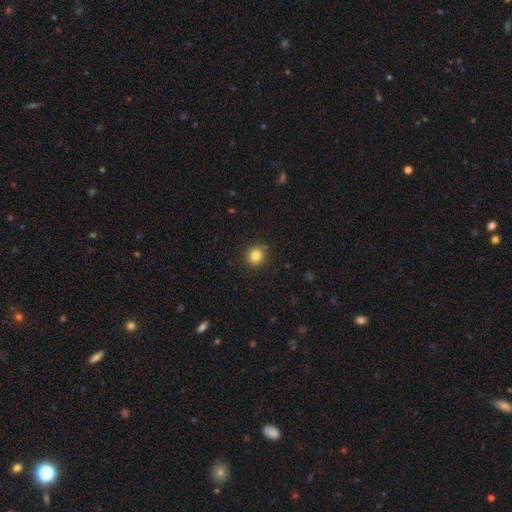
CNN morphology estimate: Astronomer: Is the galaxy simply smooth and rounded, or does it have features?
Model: smooth — 83%.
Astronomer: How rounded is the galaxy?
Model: round — 90%.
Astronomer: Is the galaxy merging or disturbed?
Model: none — 85%.